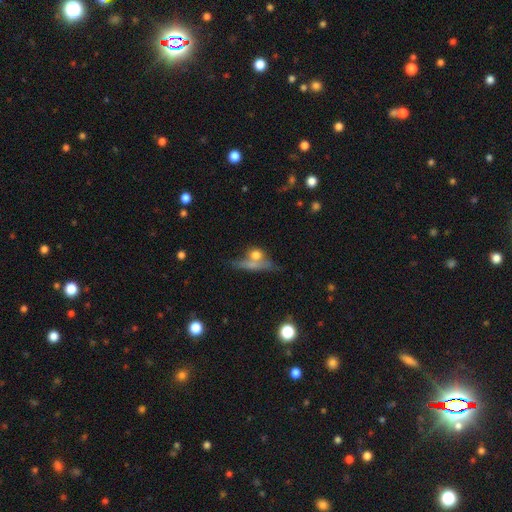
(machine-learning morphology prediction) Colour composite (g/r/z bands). It shows a smooth galaxy with no disk features (62%) that is round (39%). Merging: none (38%).